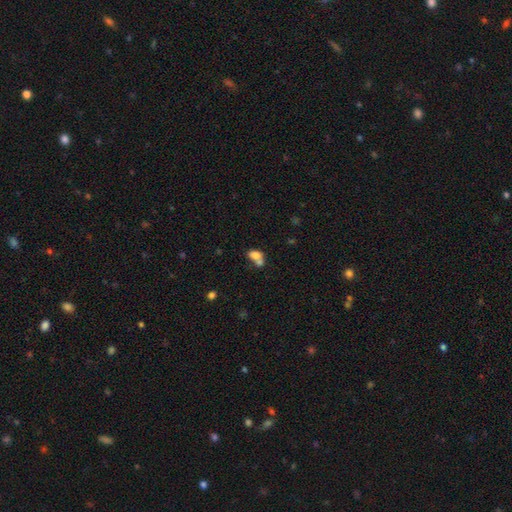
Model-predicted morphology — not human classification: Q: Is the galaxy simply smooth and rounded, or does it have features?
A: smooth — 74%.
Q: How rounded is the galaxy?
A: in between — 79%.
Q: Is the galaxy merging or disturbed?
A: merger — 59%.